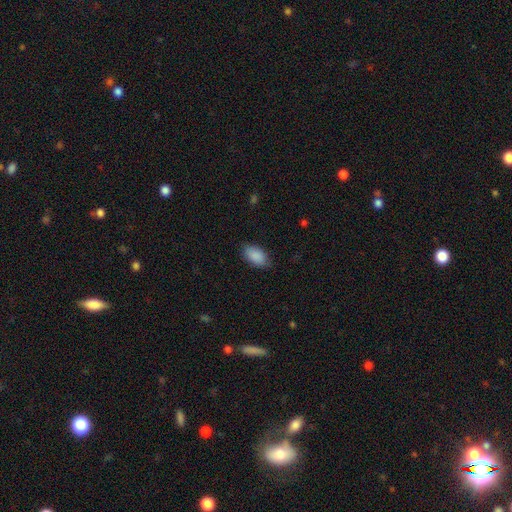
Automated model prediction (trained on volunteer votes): Overall: smooth (89%). How rounded: in between (94%). Merging: none (82%).